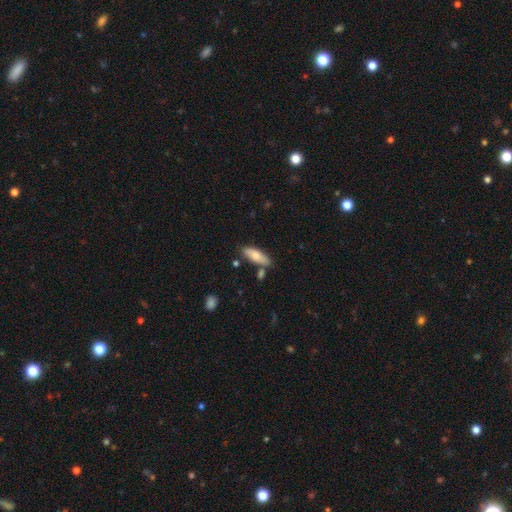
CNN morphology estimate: smooth-or-featured: smooth: 74% | featured or disk: 20% | star or artifact: 6%
  how-rounded: in between: 61% | cigar-shaped: 37% | round: 2%
  merging: none: 74% | minor disturbance: 15% | merger: 8% | major disturbance: 3%